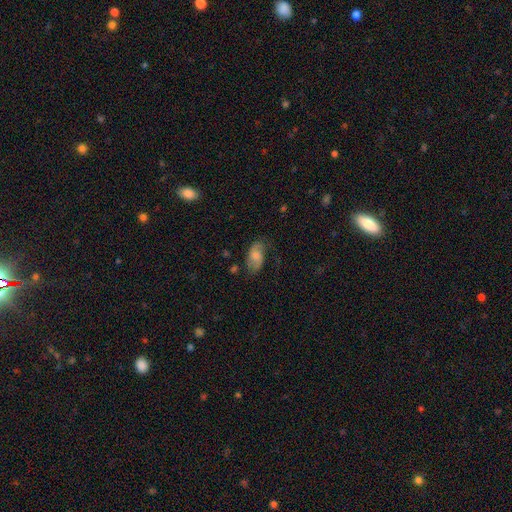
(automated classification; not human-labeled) The model was most divided on "merging": none: 58%, minor disturbance: 27%, major disturbance: 13%, merger: 3%. More confident: how rounded — in between (93%); smooth or featured — smooth (62%).